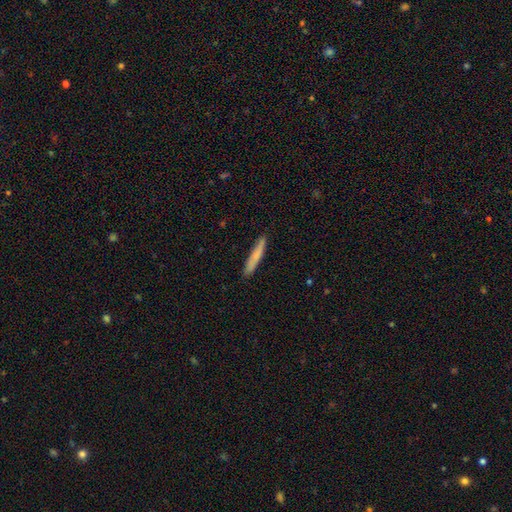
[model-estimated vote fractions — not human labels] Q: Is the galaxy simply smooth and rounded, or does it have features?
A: smooth — 69%.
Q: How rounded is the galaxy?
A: cigar-shaped — 94%.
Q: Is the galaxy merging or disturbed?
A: none — 89%.